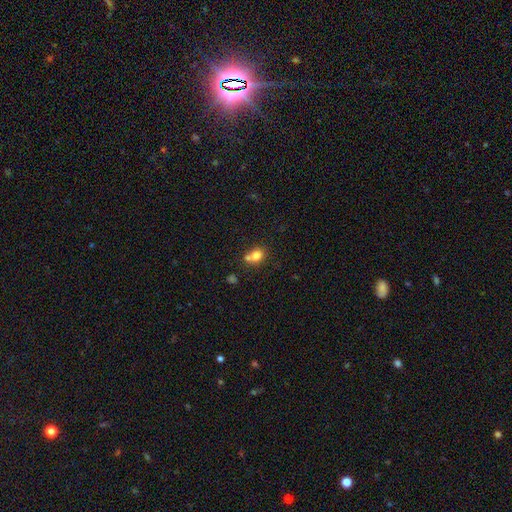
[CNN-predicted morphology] Q: Smooth or featured?
A: smooth (78%); runner-up: featured or disk (11%)
Q: How rounded?
A: round (54%); runner-up: in between (45%)
Q: Merging?
A: merger (43%); runner-up: none (42%)